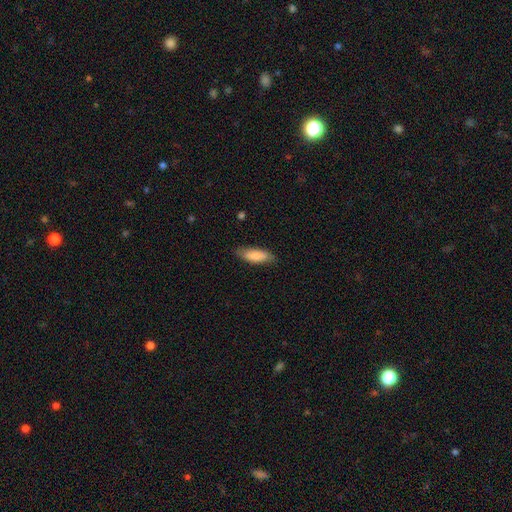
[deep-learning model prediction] A smooth galaxy with no disk features (83%) that is in between round and cigar-shaped (59%). Merging: none (77%).